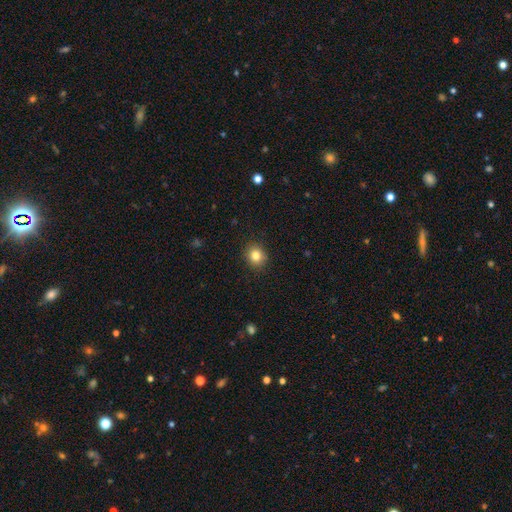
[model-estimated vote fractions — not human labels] The model was most divided on "how rounded": round: 79%, in between: 21%, cigar-shaped: 1%. More confident: merging — none (90%); smooth or featured — smooth (82%).